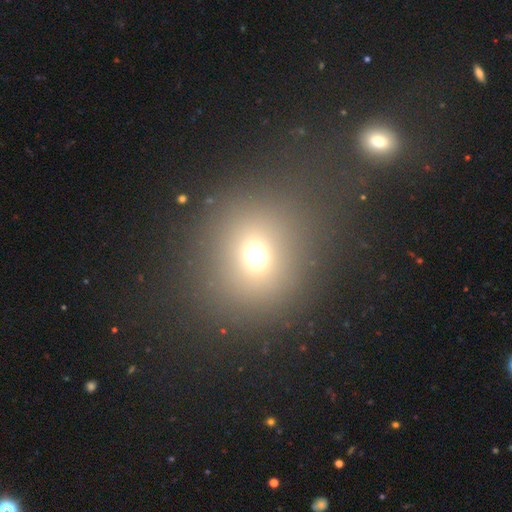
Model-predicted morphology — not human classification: Smooth or featured? Predicted: smooth (p=0.67). How rounded? Predicted: round (p=0.80). Merging? Predicted: none (p=0.80).